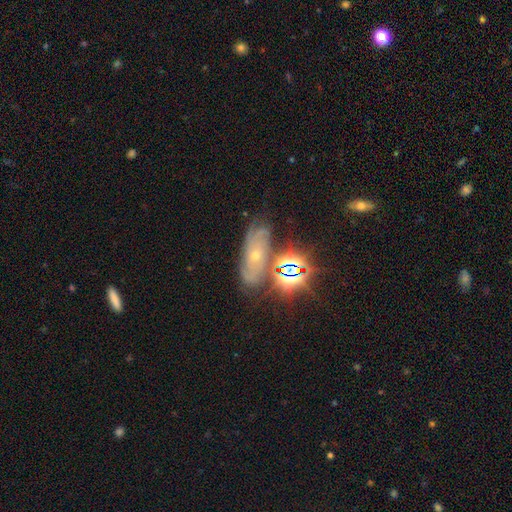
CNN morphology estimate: featured or disk 52%, star or artifact 30%, smooth 18%. Down the decision tree: edge-on disk — no (87%); merging — none (67%).